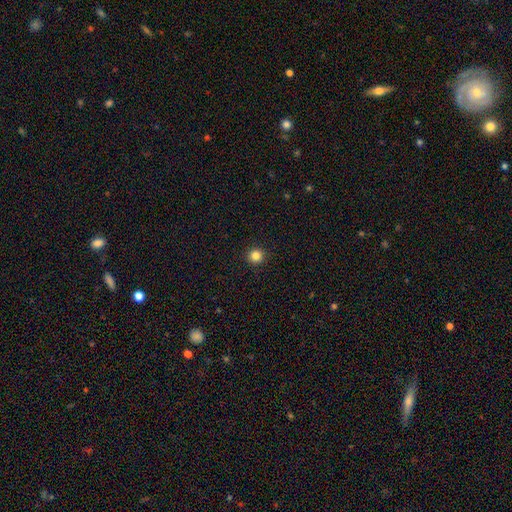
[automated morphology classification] smooth_or_featured: smooth (p=0.84) [alt: star or artifact p=0.12]
how_rounded: round (p=0.94) [alt: in between p=0.05]
merging: none (p=0.93) [alt: minor disturbance p=0.05]